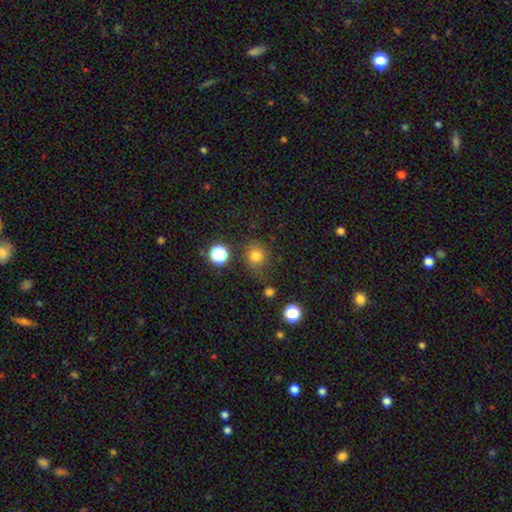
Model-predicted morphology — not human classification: smooth-or-featured: smooth: 77% | star or artifact: 17% | featured or disk: 6%
  how-rounded: round: 88% | in between: 11% | cigar-shaped: 1%
  merging: none: 77% | minor disturbance: 14% | major disturbance: 5% | merger: 4%